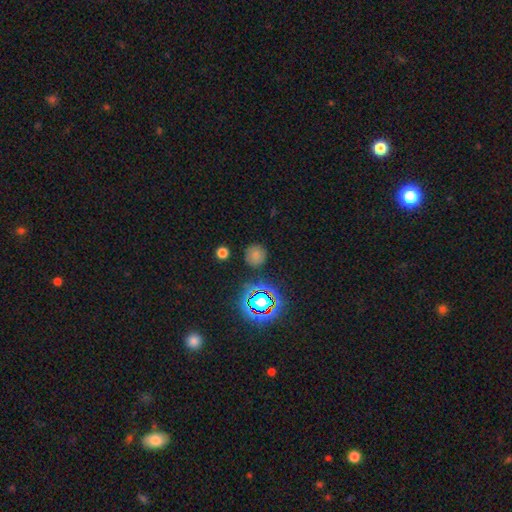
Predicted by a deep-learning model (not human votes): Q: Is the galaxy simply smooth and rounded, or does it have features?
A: smooth — 70%.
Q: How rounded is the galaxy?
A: round — 93%.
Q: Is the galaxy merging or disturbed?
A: none — 85%.